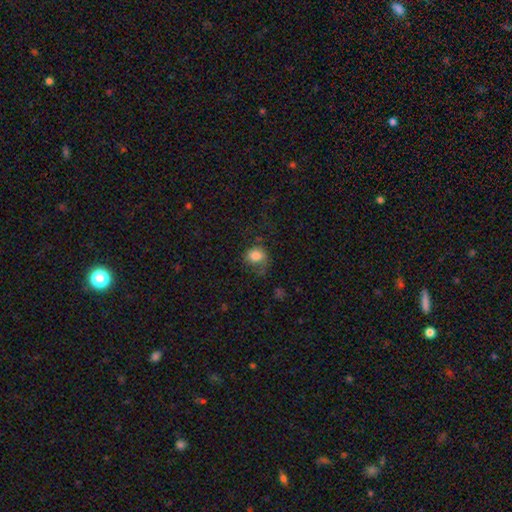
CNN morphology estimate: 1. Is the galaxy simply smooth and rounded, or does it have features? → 78% smooth, 13% featured or disk, 10% star or artifact.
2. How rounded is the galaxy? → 63% round, 36% in between, 1% cigar-shaped.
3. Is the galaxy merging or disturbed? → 43% none, 29% major disturbance, 25% minor disturbance, 3% merger.